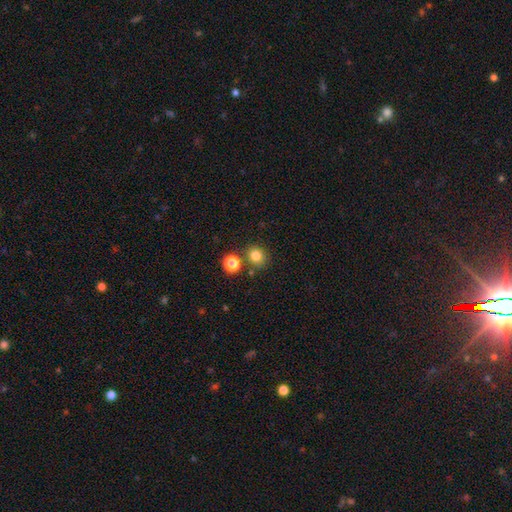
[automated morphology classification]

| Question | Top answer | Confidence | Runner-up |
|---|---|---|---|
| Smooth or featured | smooth | 81% | star or artifact (13%) |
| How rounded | round | 84% | in between (15%) |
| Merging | none | 75% | merger (12%) |